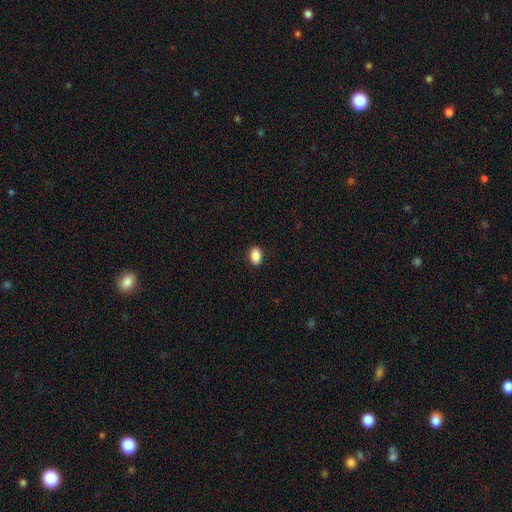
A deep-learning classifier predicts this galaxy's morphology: Smooth or featured?
  - smooth: 89% *
  - star or artifact: 8%
  - featured or disk: 3%
How rounded?
  - in between: 80% *
  - round: 19%
  - cigar-shaped: 1%
Merging?
  - none: 90% *
  - minor disturbance: 7%
  - major disturbance: 2%
  - merger: 1%